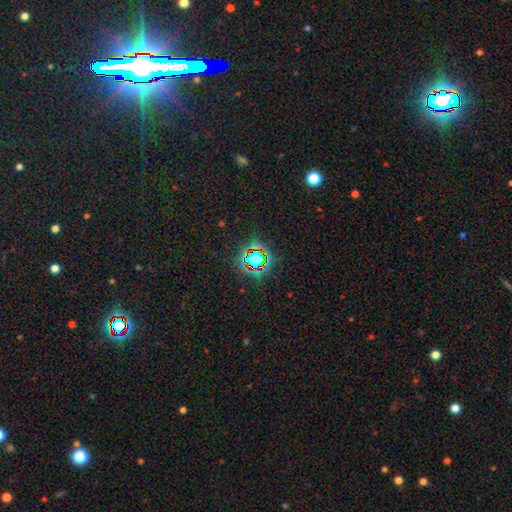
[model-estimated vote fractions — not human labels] A star or artifact, not a galaxy (70%).

Vote fractions:
- Smooth or featured? star or artifact: 70% / smooth: 19% / featured or disk: 11%